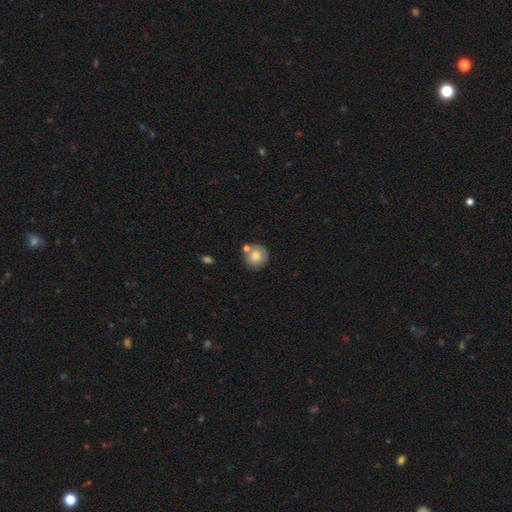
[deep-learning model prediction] smooth-or-featured: smooth: 80% | featured or disk: 12% | star or artifact: 8%
  how-rounded: round: 91% | in between: 8% | cigar-shaped: 1%
  merging: none: 69% | merger: 17% | minor disturbance: 11% | major disturbance: 3%